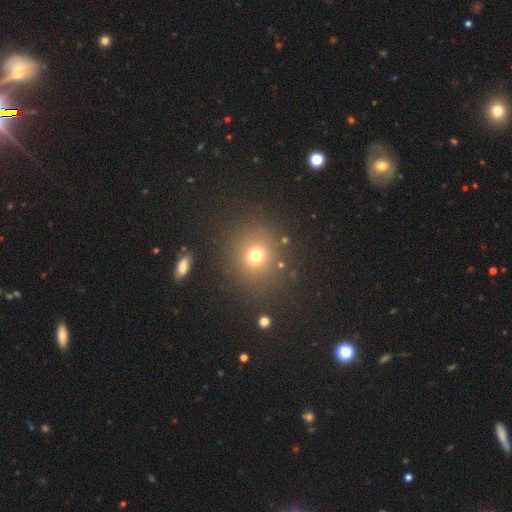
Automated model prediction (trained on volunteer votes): smooth_or_featured: smooth (p=0.72) [alt: star or artifact p=0.19]
how_rounded: round (p=0.83) [alt: in between p=0.16]
merging: none (p=0.84) [alt: minor disturbance p=0.08]